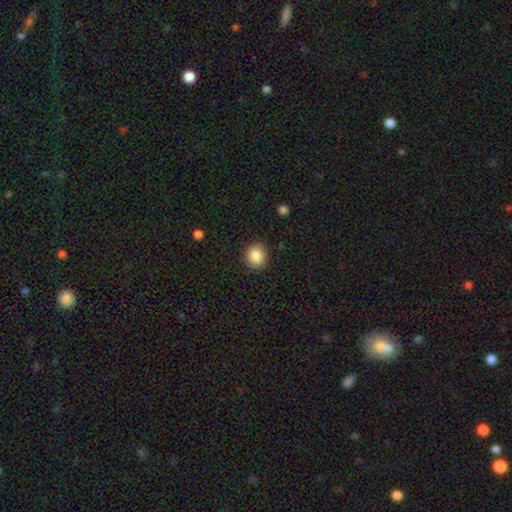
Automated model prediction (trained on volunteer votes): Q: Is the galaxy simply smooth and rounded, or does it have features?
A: smooth — 86%.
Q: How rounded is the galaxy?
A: round — 76%.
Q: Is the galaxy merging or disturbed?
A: none — 90%.